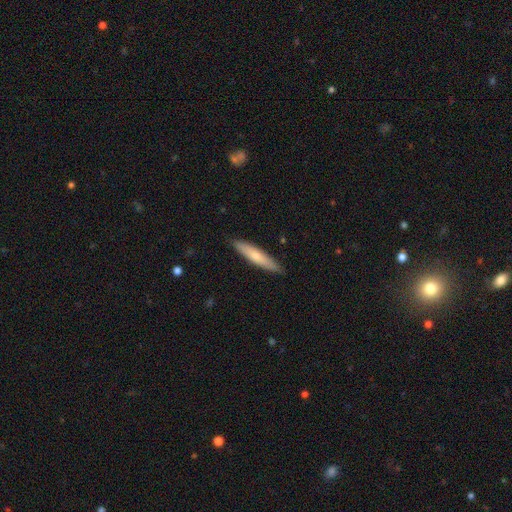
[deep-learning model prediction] Smooth or featured: smooth — 63% (featured or disk — 32%)
How rounded: cigar-shaped — 85% (in between — 13%)
Merging: none — 88% (minor disturbance — 9%)